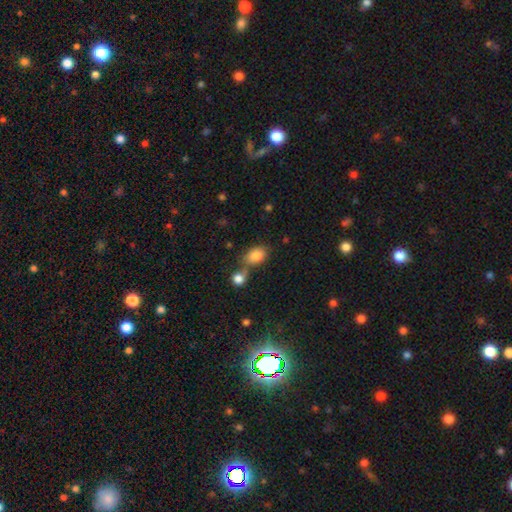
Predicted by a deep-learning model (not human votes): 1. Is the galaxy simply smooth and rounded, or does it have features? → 84% smooth, 9% star or artifact, 8% featured or disk.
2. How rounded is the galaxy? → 82% in between, 17% round, 1% cigar-shaped.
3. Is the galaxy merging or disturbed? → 49% none, 32% merger, 14% minor disturbance, 5% major disturbance.